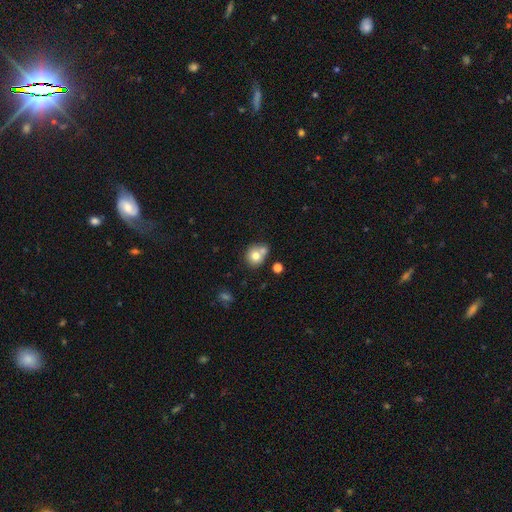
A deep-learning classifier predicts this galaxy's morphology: Q: Smooth or featured?
A: smooth (75%); runner-up: featured or disk (15%)
Q: How rounded?
A: round (78%); runner-up: in between (21%)
Q: Merging?
A: none (46%); runner-up: merger (36%)